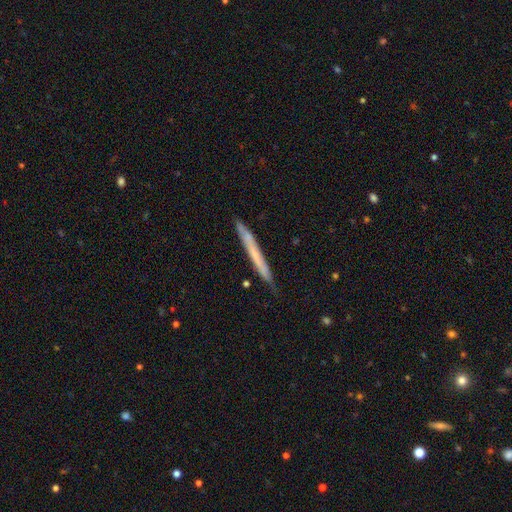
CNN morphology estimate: smooth-or-featured: smooth: 51% | featured or disk: 43% | star or artifact: 6%
  how-rounded: cigar-shaped: 97% | in between: 2% | round: 1%
  merging: none: 84% | minor disturbance: 13% | major disturbance: 2% | merger: 2%